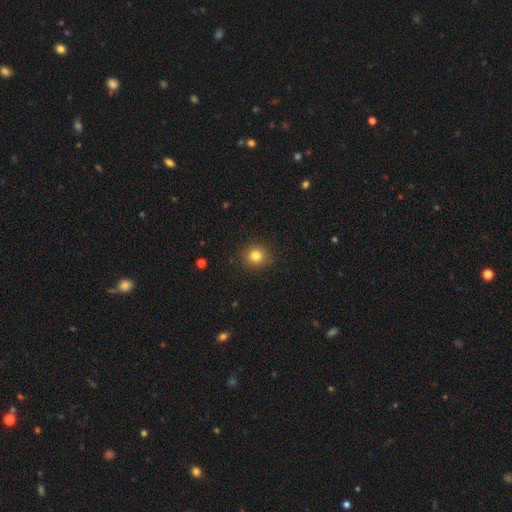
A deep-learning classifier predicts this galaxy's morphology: Smooth or featured: smooth — 82% (star or artifact — 12%)
How rounded: round — 85% (in between — 14%)
Merging: none — 91% (minor disturbance — 6%)